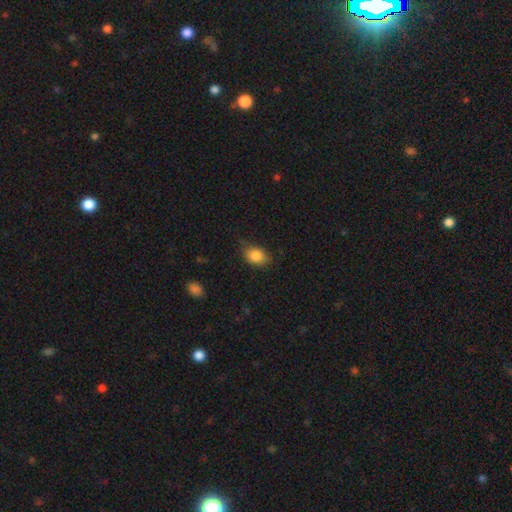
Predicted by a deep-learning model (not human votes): The model was most divided on "merging": none: 74%, minor disturbance: 20%, major disturbance: 4%, merger: 1%. More confident: smooth or featured — smooth (86%); how rounded — in between (80%).